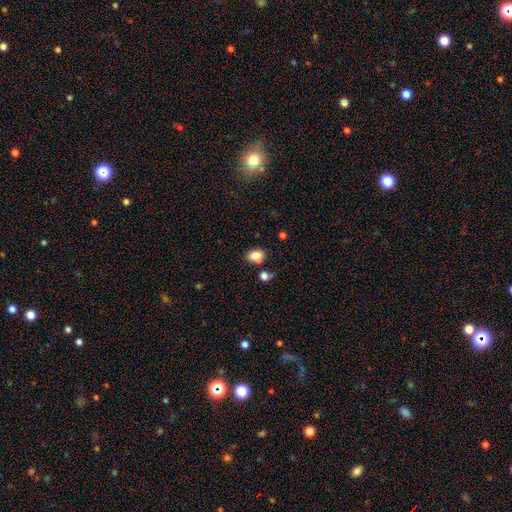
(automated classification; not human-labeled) Q: Smooth or featured?
A: smooth (82%); runner-up: star or artifact (10%)
Q: How rounded?
A: in between (72%); runner-up: round (27%)
Q: Merging?
A: none (68%); runner-up: minor disturbance (15%)